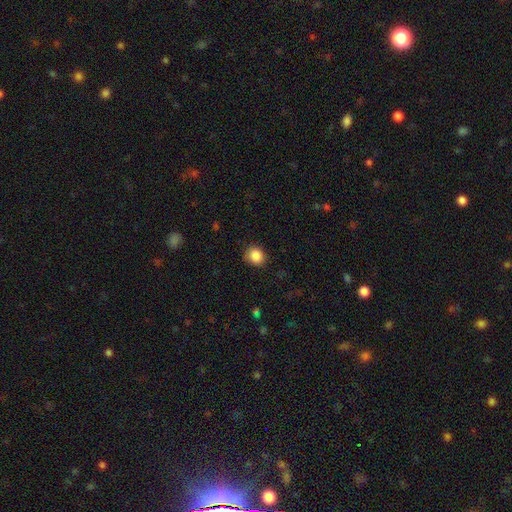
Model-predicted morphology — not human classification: Smooth or featured: smooth — 87% (star or artifact — 9%)
How rounded: round — 75% (in between — 24%)
Merging: none — 82% (minor disturbance — 14%)